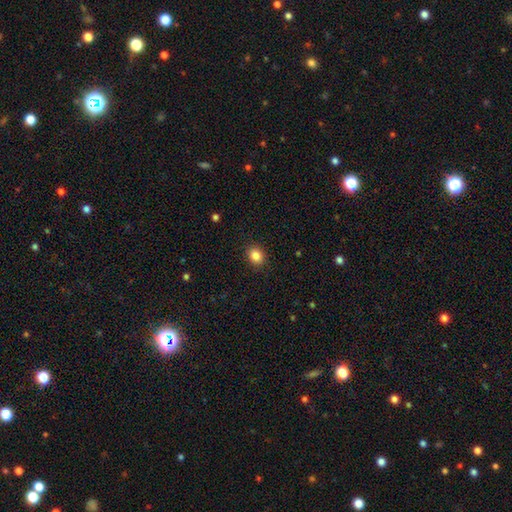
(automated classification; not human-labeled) The model was most divided on "how rounded": round: 59%, in between: 41%, cigar-shaped: 1%. More confident: merging — none (89%); smooth or featured — smooth (85%).